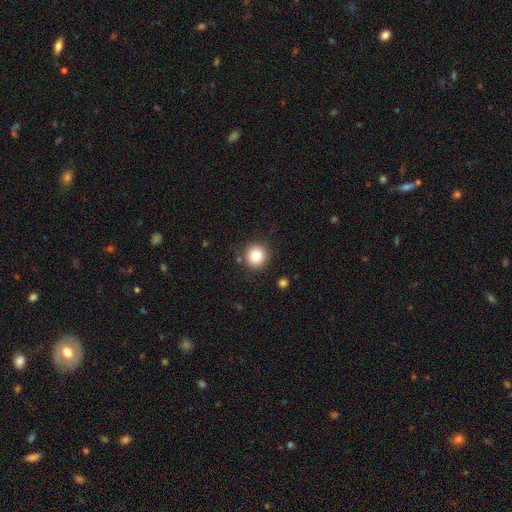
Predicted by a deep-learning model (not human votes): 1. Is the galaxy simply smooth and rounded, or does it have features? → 82% smooth, 11% star or artifact, 8% featured or disk.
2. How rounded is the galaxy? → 93% round, 6% in between, 1% cigar-shaped.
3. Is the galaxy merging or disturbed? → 88% none, 7% minor disturbance, 2% major disturbance, 2% merger.